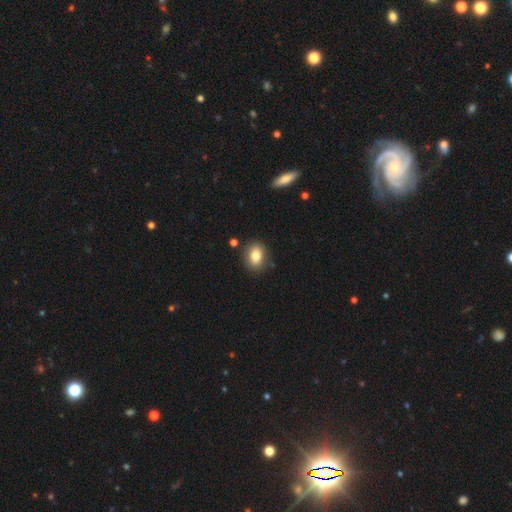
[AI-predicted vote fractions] Overall: smooth (82%). How rounded: in between (67%; round 32%). Merging: none (83%).